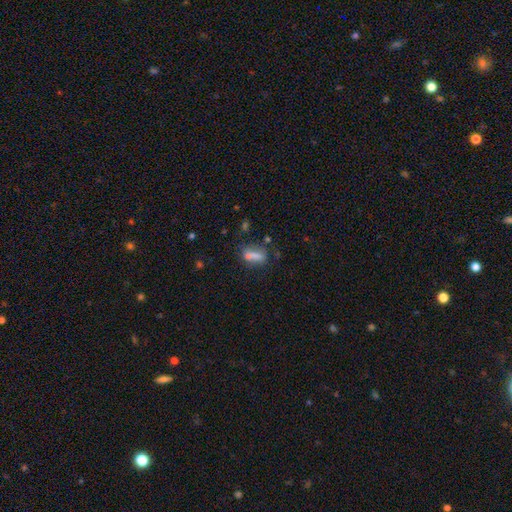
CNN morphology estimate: Smooth or featured: smooth — 67% (featured or disk — 20%)
How rounded: in between — 54% (cigar-shaped — 38%)
Merging: none — 55% (minor disturbance — 18%)